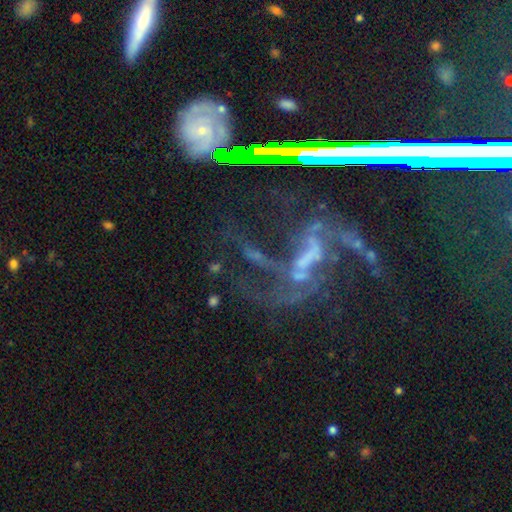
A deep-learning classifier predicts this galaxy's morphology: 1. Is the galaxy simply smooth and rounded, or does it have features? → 64% featured or disk, 26% star or artifact, 10% smooth.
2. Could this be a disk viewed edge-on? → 91% no, 9% yes.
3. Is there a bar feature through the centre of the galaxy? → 41% strong, 30% no, 29% weak.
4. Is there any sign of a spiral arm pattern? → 76% yes, 24% no.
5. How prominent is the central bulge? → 42% none, 33% small, 18% moderate, 4% large, 2% dominant.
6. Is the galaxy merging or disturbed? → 37% none, 35% major disturbance, 15% minor disturbance, 13% merger.